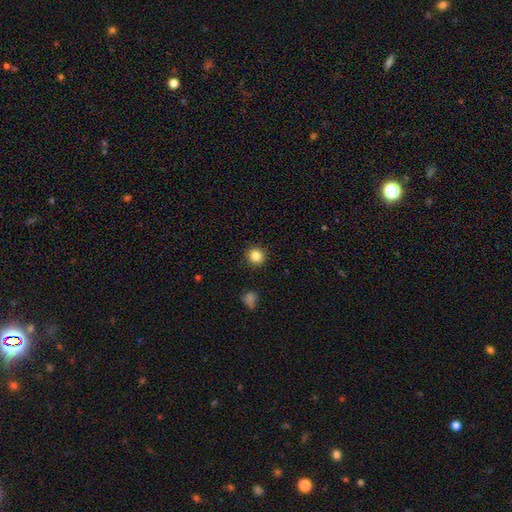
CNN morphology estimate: Overall: smooth (84%). How rounded: round (92%). Merging: none (91%).